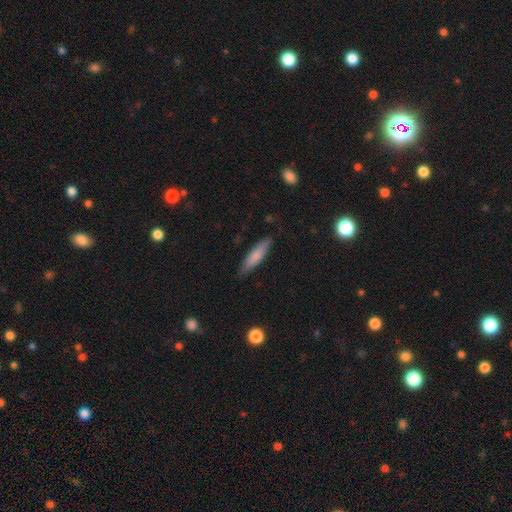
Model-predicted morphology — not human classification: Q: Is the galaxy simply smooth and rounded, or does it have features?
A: smooth — 76%.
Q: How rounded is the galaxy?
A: cigar-shaped — 71%.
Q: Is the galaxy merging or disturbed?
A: none — 83%.